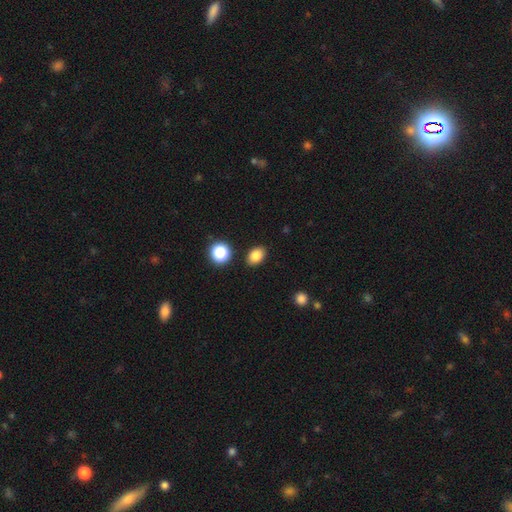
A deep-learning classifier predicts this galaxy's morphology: smooth_or_featured: smooth (p=0.84) [alt: star or artifact p=0.11]
how_rounded: in between (p=0.78) [alt: round p=0.21]
merging: none (p=0.87) [alt: minor disturbance p=0.08]